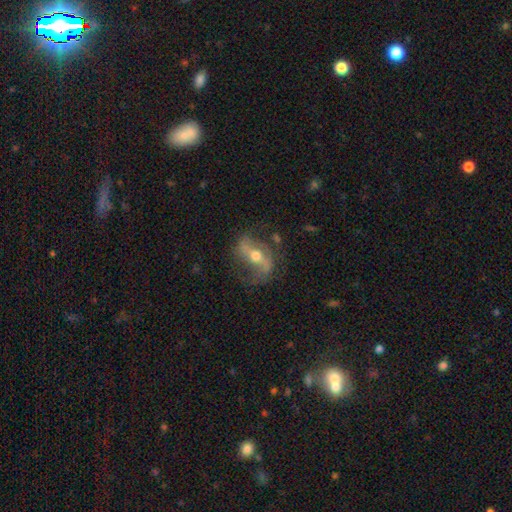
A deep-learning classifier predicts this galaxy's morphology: Smooth or featured? Predicted: featured or disk (p=0.79). Edge-on disk? Predicted: no (p=0.88). Bar? Predicted: strong (p=0.51). Spiral arms? Predicted: yes (p=0.85). Spiral winding? Predicted: loose (p=0.54). Spiral arm count? Predicted: 2 (p=0.87). Bulge size? Predicted: moderate (p=0.69). Merging? Predicted: none (p=0.67).